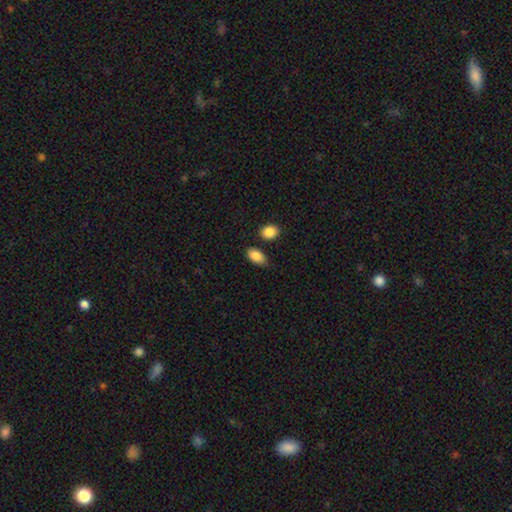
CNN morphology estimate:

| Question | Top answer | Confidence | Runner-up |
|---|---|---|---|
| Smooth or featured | smooth | 88% | star or artifact (7%) |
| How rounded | in between | 91% | round (7%) |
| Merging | none | 74% | minor disturbance (16%) |